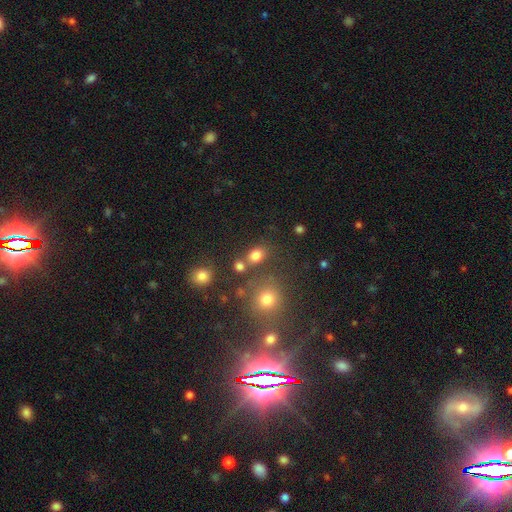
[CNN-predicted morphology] The model was most divided on "how rounded": in between: 55%, round: 43%, cigar-shaped: 2%. More confident: smooth or featured — smooth (78%); merging — none (68%).